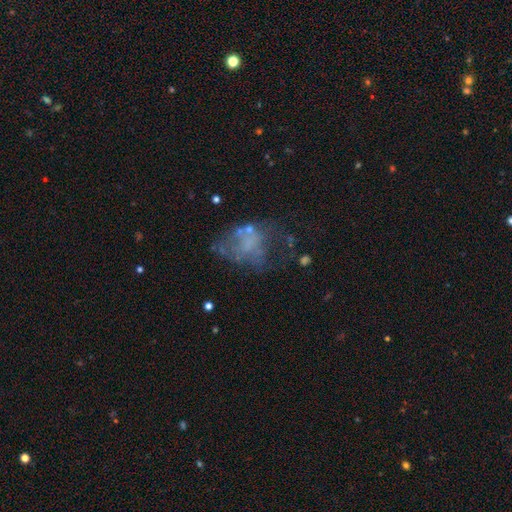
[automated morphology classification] Smooth or featured? featured or disk (53%)
Edge-on disk? no (98%)
Bar? no (90%)
Spiral arms? no (89%)
Bulge size? none (75%)
Merging? none (38%)